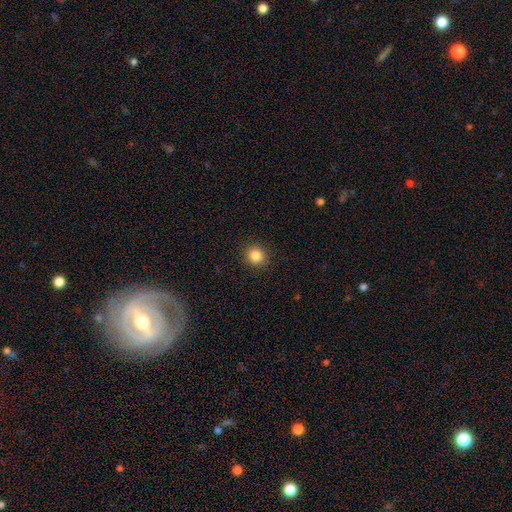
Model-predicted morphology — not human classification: smooth 85%, star or artifact 11%, featured or disk 5%. Down the decision tree: how rounded — round (89%); merging — none (91%).